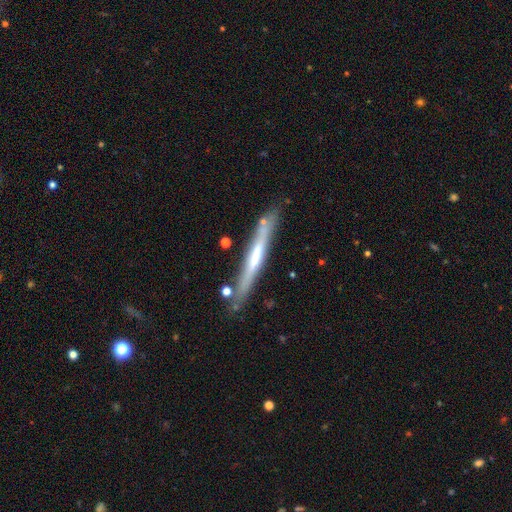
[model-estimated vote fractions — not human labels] Smooth or featured? Predicted: featured or disk (p=0.67). Edge-on disk? Predicted: yes (p=0.92). Edge-on bulge? Predicted: none (p=0.52). Merging? Predicted: none (p=0.79).